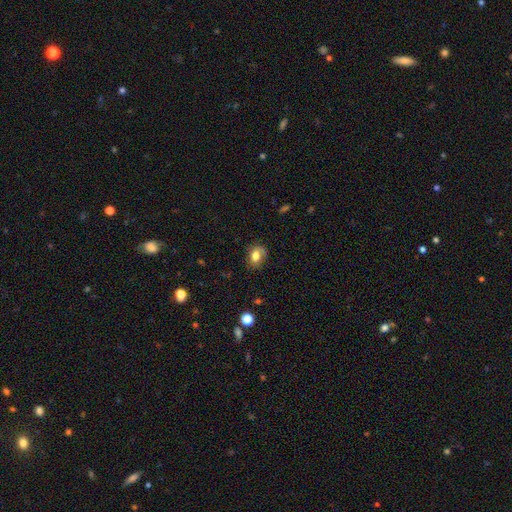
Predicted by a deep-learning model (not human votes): Overall: smooth (76%). How rounded: in between (61%; round 37%). Merging: none (72%).